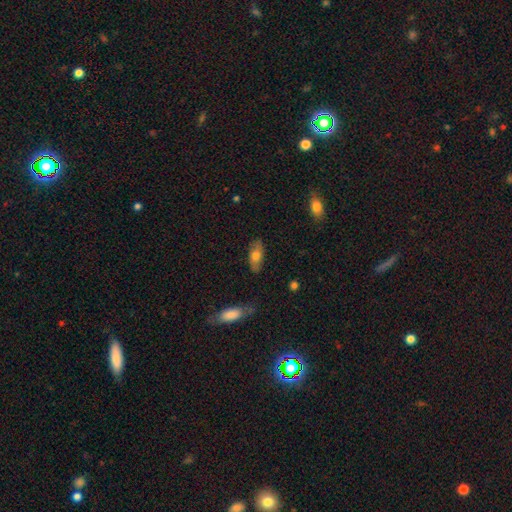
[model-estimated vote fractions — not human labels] This appears to be a smooth galaxy with no disk features (66%) that is in between round and cigar-shaped (80%). Merging: none (81%).